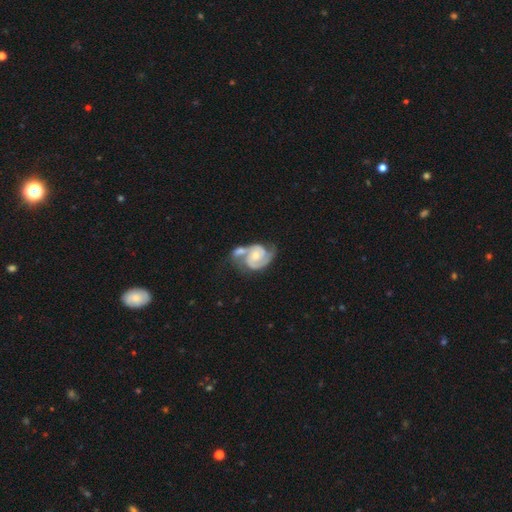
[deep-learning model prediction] Smooth or featured? Predicted: featured or disk (p=0.87). Edge-on disk? Predicted: no (p=0.98). Bar? Predicted: no (p=0.62). Spiral arms? Predicted: yes (p=0.97). Spiral winding? Predicted: medium (p=0.46). Spiral arm count? Predicted: 2 (p=0.83). Bulge size? Predicted: moderate (p=0.50). Merging? Predicted: merger (p=0.43).